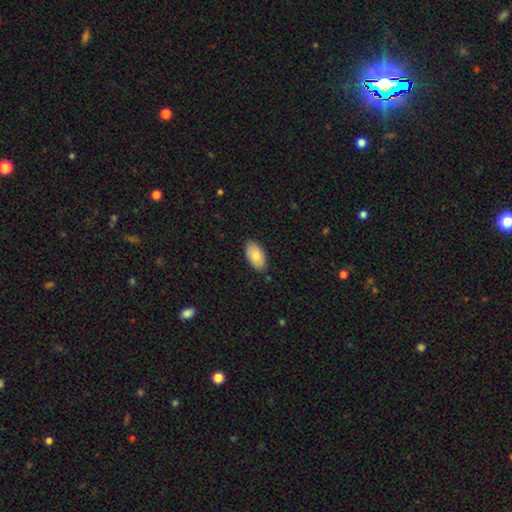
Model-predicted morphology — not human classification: This appears to be a smooth galaxy with no disk features (80%) that is in between round and cigar-shaped (95%). Merging: none (85%).